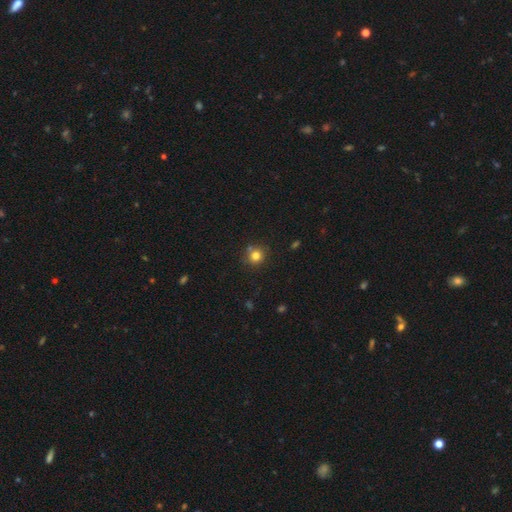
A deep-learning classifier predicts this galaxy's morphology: smooth-or-featured: smooth: 80% | star or artifact: 13% | featured or disk: 7%
  how-rounded: round: 91% | in between: 8% | cigar-shaped: 1%
  merging: none: 78% | minor disturbance: 10% | merger: 9% | major disturbance: 3%